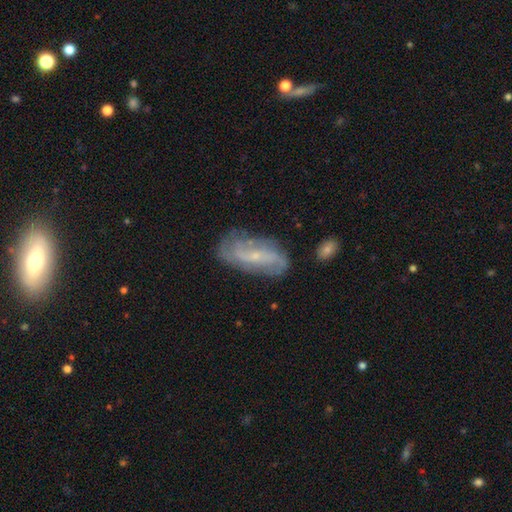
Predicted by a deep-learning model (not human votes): The model was most divided on "spiral winding": medium: 36%, loose: 32%, tight: 32%. Remaining: edge-on disk — no (89%); spiral arms — yes (87%); bulge size — small (74%); smooth or featured — featured or disk (72%); merging — none (71%); bar — weak (43%); spiral arm count — 2 (40%).